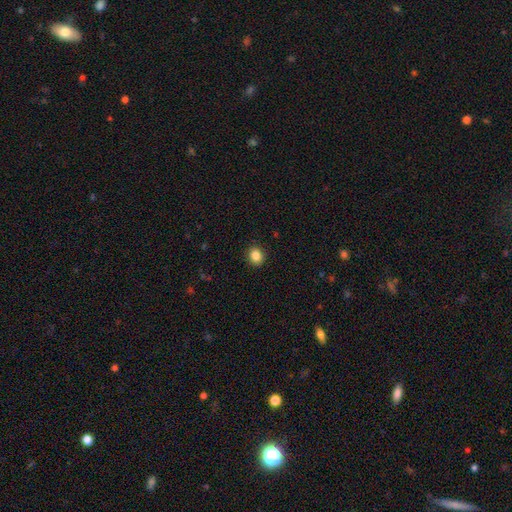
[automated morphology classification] This appears to be a smooth galaxy with no disk features (86%) that is round (64%). Merging: none (91%).